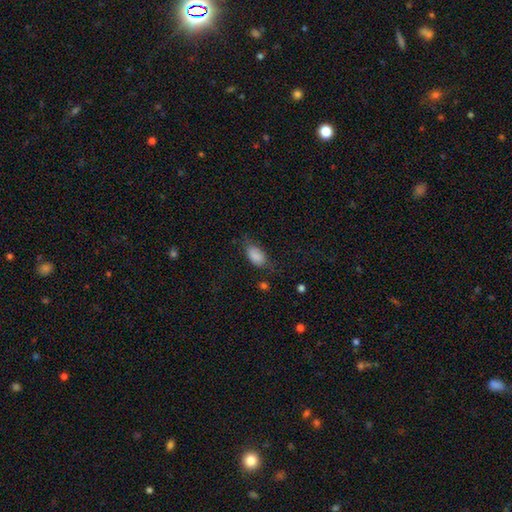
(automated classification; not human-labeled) smooth_or_featured: smooth (p=0.83) [alt: featured or disk p=0.09]
how_rounded: in between (p=0.91) [alt: round p=0.06]
merging: none (p=0.57) [alt: minor disturbance p=0.29]